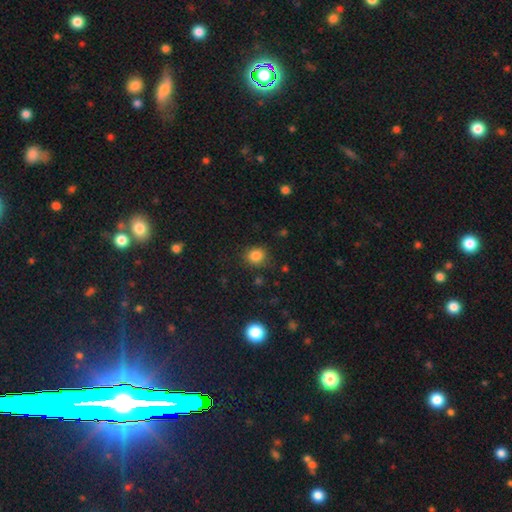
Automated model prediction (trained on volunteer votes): Overall: smooth (84%). How rounded: round (74%). Merging: none (81%).